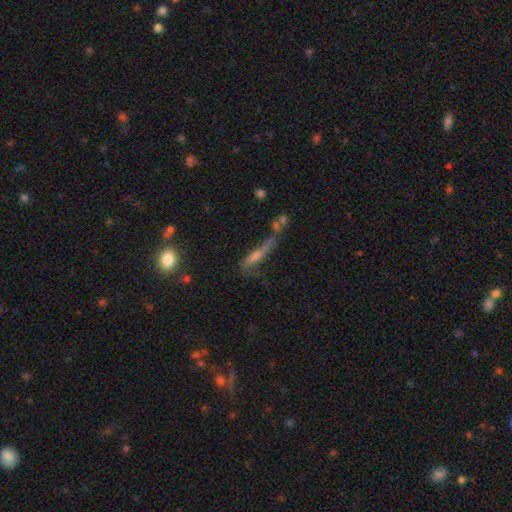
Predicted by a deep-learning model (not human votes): The model was most divided on "smooth or featured": smooth: 46%, featured or disk: 39%, star or artifact: 15%. Remaining: merging — none (42%).